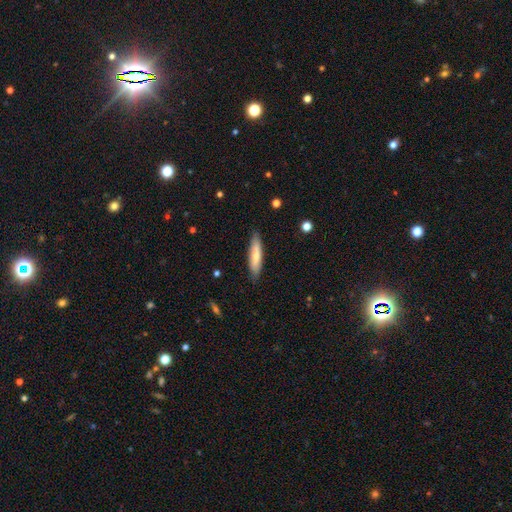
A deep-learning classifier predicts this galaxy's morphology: smooth 70%, featured or disk 24%, star or artifact 6%. Down the decision tree: how rounded — cigar-shaped (76%); merging — none (86%).